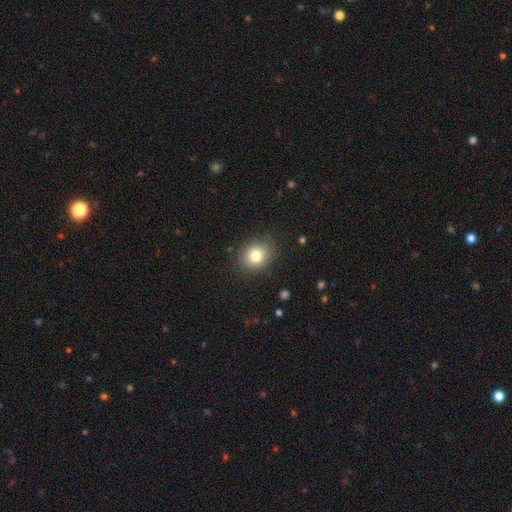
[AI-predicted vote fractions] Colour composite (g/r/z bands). It shows a smooth galaxy with no disk features (82%) that is round (61%). Merging: none (86%).